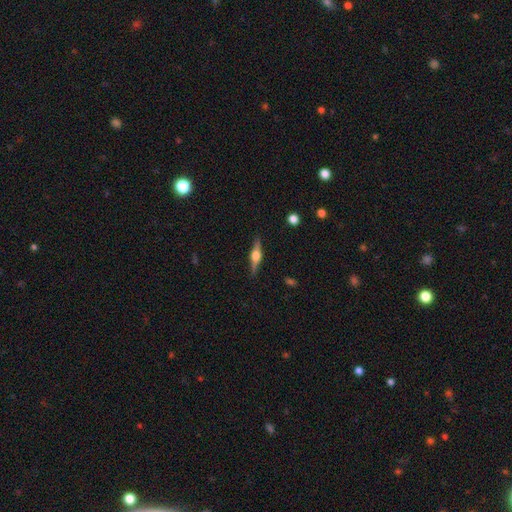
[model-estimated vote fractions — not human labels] Q: Smooth or featured?
A: featured or disk (74%); runner-up: smooth (20%)
Q: Edge-on disk?
A: yes (97%); runner-up: no (3%)
Q: Edge-on bulge?
A: rounded (93%); runner-up: boxy (5%)
Q: Merging?
A: none (89%); runner-up: minor disturbance (8%)